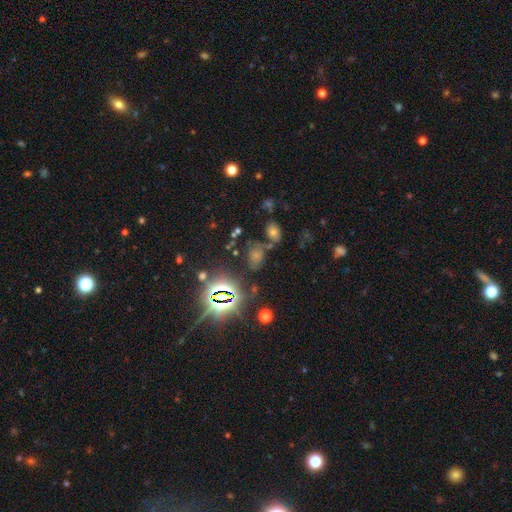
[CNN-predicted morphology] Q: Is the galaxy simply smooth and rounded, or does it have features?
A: star or artifact — 46%.